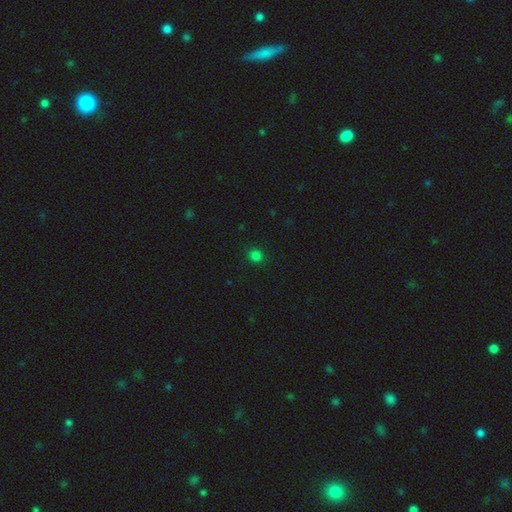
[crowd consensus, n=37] Smooth or featured? 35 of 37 (95%) said smooth. How rounded? 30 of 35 (86%) said round. Merging? 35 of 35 (100%) said none.